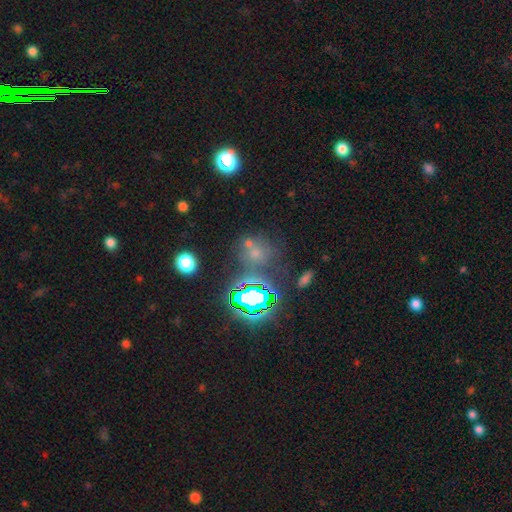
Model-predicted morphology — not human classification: Smooth or featured: star or artifact — 45% (smooth — 43%)